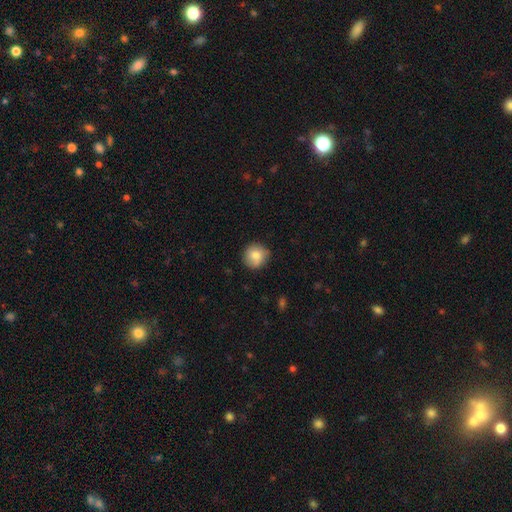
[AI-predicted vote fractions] smooth-or-featured: smooth: 81% | featured or disk: 11% | star or artifact: 8%
  how-rounded: round: 91% | in between: 8% | cigar-shaped: 1%
  merging: none: 82% | minor disturbance: 15% | major disturbance: 3% | merger: 1%